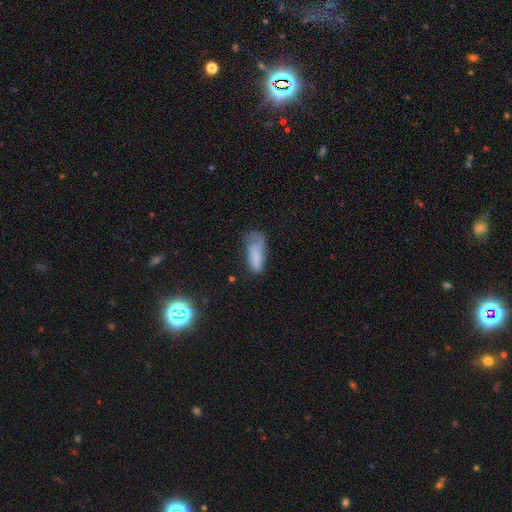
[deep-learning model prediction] Smooth or featured: smooth — 70% (featured or disk — 20%)
How rounded: in between — 73% (cigar-shaped — 25%)
Merging: major disturbance — 37% (minor disturbance — 30%)